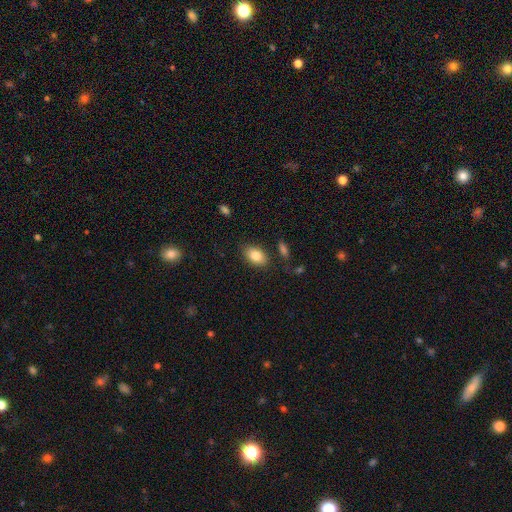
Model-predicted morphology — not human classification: type=smooth (84%); roundness=in between (88%); merging=none (82%).